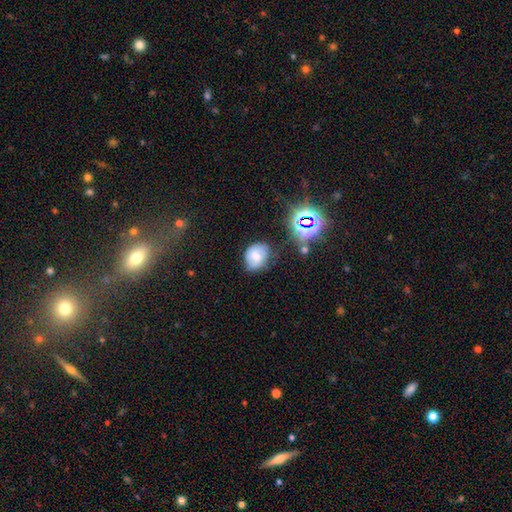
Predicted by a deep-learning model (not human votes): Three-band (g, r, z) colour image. It shows a smooth galaxy with no disk features (60%) that is in between round and cigar-shaped (55%). Merging: none (63%).